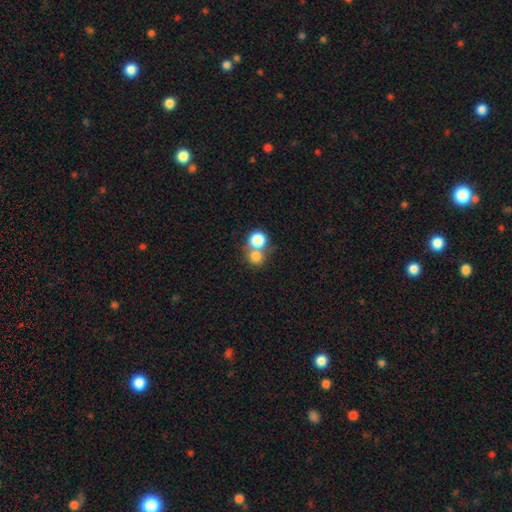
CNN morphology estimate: smooth-or-featured: smooth: 77% | star or artifact: 12% | featured or disk: 10%
  how-rounded: round: 84% | in between: 15% | cigar-shaped: 1%
  merging: merger: 51% | none: 40% | minor disturbance: 6% | major disturbance: 3%